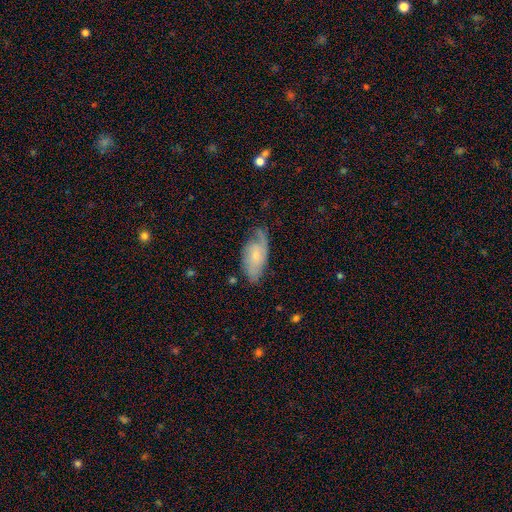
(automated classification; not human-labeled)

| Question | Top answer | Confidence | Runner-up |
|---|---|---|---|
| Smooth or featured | featured or disk | 55% | smooth (38%) |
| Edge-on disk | no | 91% | yes (9%) |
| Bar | no | 70% | weak (26%) |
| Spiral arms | yes | 84% | no (16%) |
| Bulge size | small | 64% | moderate (26%) |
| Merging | none | 57% | minor disturbance (29%) |